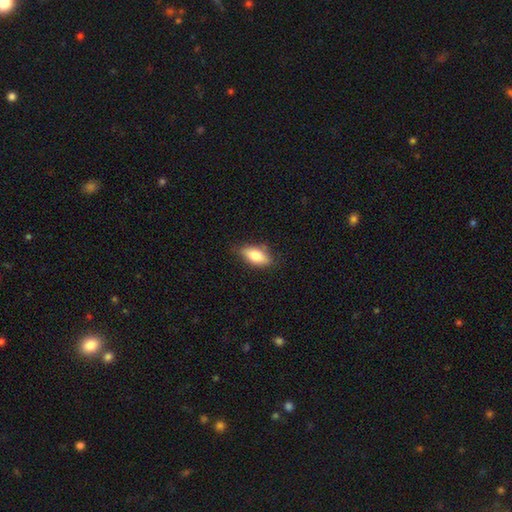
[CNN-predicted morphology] smooth 76%, featured or disk 17%, star or artifact 7%. Down the decision tree: how rounded — in between (84%); merging — none (77%).